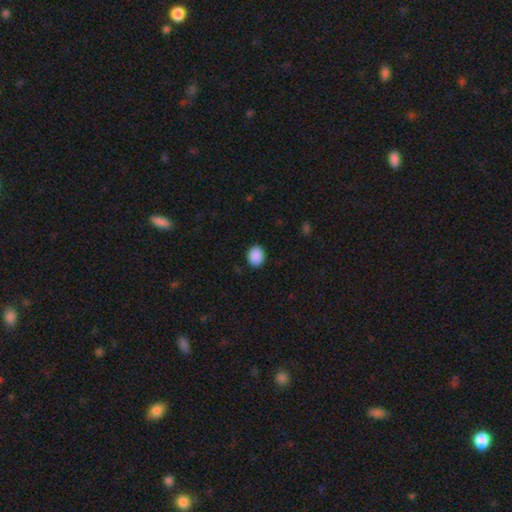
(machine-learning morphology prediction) Smooth or featured: smooth — 90% (star or artifact — 8%)
How rounded: round — 54% (in between — 45%)
Merging: none — 89% (minor disturbance — 8%)